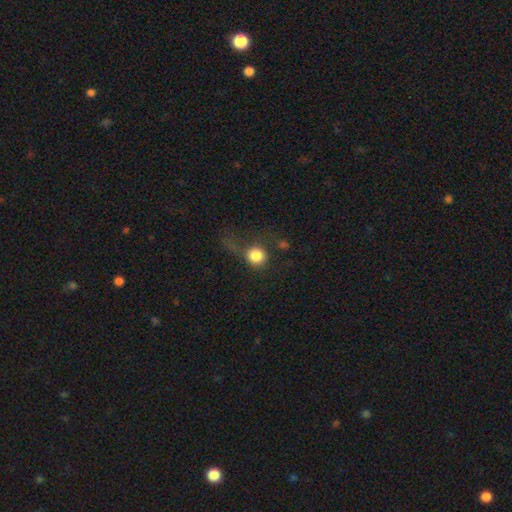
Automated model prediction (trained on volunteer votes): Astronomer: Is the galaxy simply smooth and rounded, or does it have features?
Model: smooth — 80%.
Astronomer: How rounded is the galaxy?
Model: round — 88%.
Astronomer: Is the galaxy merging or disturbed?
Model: none — 50% (runner-up: major disturbance, 25%).